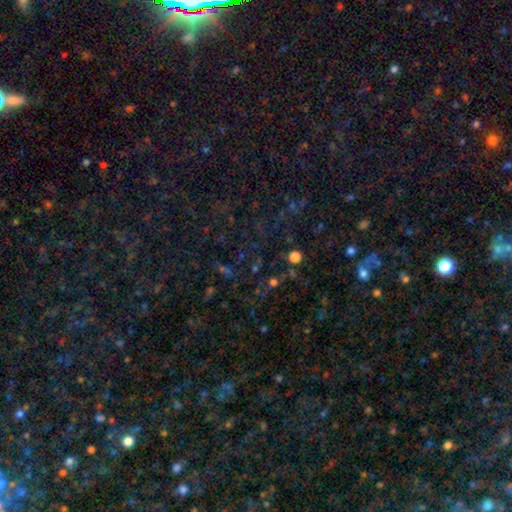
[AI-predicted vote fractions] Overall: star or artifact (74%).